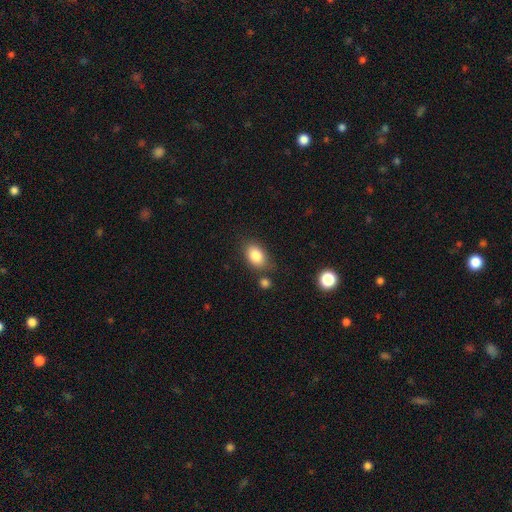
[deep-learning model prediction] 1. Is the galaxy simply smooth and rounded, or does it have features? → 84% smooth, 9% star or artifact, 8% featured or disk.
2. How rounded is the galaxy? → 82% in between, 17% round, 1% cigar-shaped.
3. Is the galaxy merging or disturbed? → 71% none, 16% minor disturbance, 8% merger, 4% major disturbance.